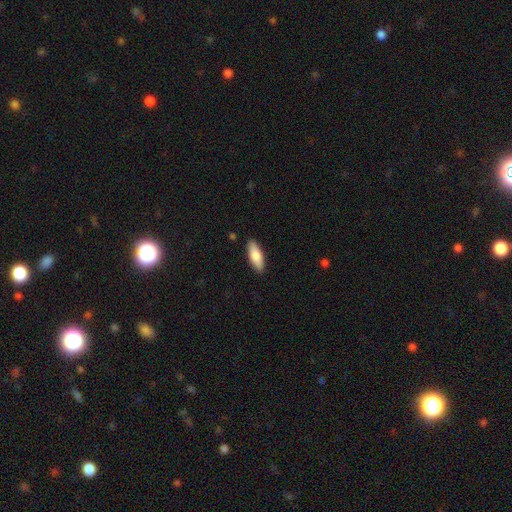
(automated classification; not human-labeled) A smooth galaxy with no disk features (79%) that is in between round and cigar-shaped (65%). Merging: none (89%).